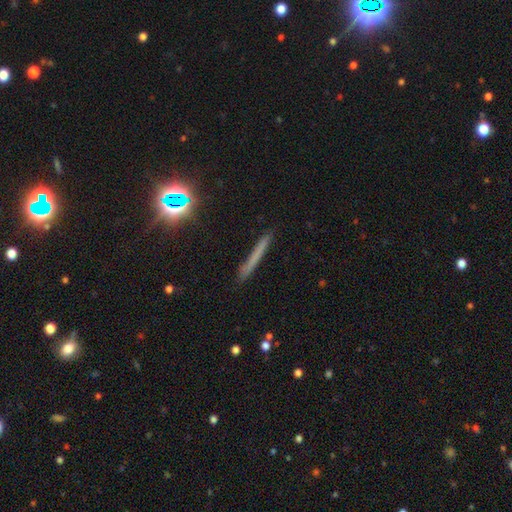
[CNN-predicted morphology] Smooth or featured: smooth — 55% (featured or disk — 27%)
How rounded: cigar-shaped — 95% (in between — 2%)
Merging: none — 87% (minor disturbance — 10%)